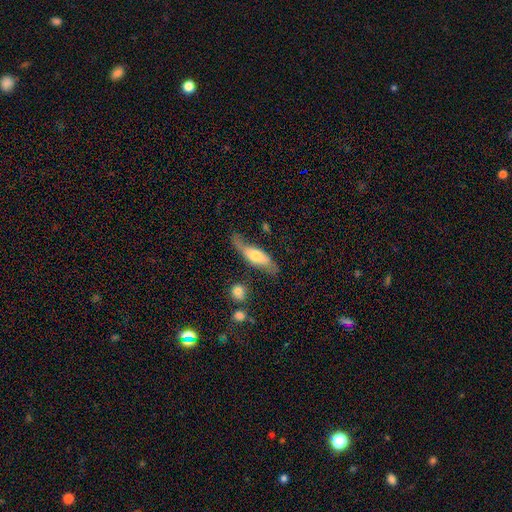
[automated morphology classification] The model was most divided on "smooth or featured" (2-way tie): smooth: 47%, featured or disk: 47%, star or artifact: 6%. More confident: merging — none (51%).